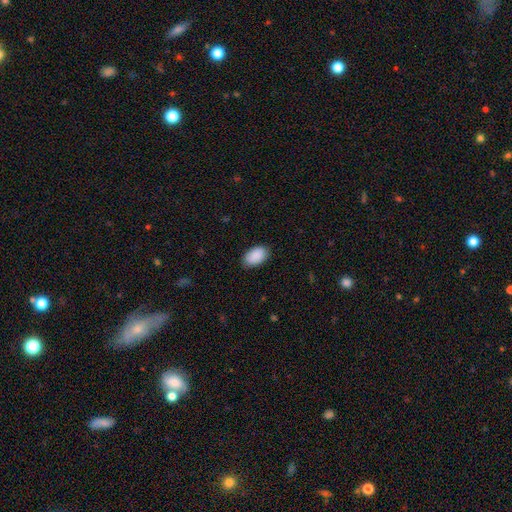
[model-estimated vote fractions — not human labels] Smooth or featured? smooth (91%)
How rounded? in between (94%)
Merging? none (84%)